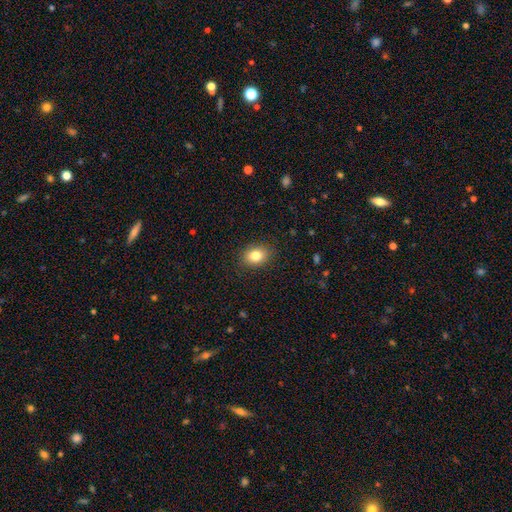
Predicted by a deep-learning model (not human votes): A smooth galaxy with no disk features (82%) that is in between round and cigar-shaped (65%).

Vote fractions:
- Smooth or featured? smooth: 82% / star or artifact: 10% / featured or disk: 8%
- How rounded? in between: 65% / round: 34% / cigar-shaped: 1%
- Merging? none: 88% / minor disturbance: 9% / major disturbance: 2% / merger: 1%